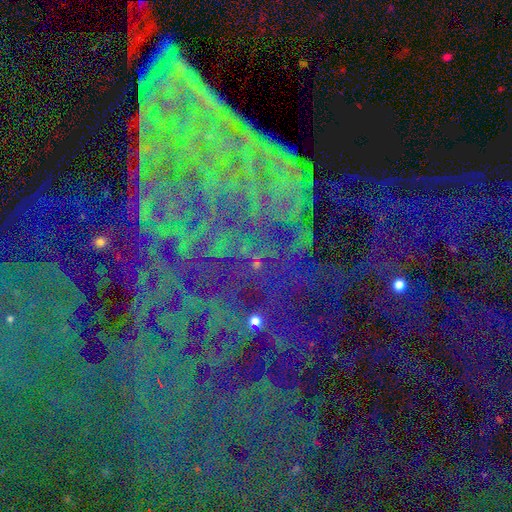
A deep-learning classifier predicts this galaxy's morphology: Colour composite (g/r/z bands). It shows a star or artifact, not a galaxy (83%).